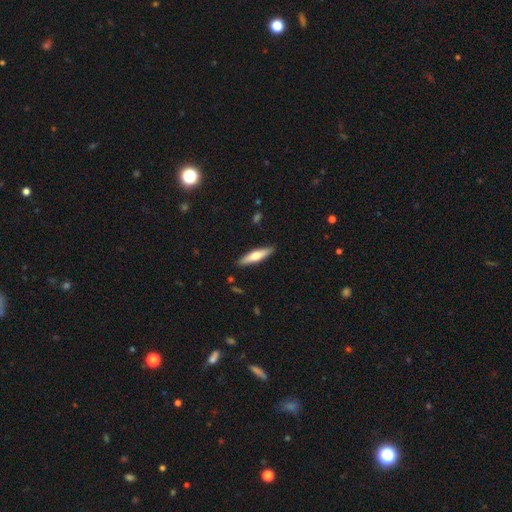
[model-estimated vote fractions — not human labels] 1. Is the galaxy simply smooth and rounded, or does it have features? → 52% smooth, 43% featured or disk, 5% star or artifact.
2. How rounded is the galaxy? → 77% cigar-shaped, 22% in between, 2% round.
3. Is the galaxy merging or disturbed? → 89% none, 8% minor disturbance, 2% major disturbance, 1% merger.